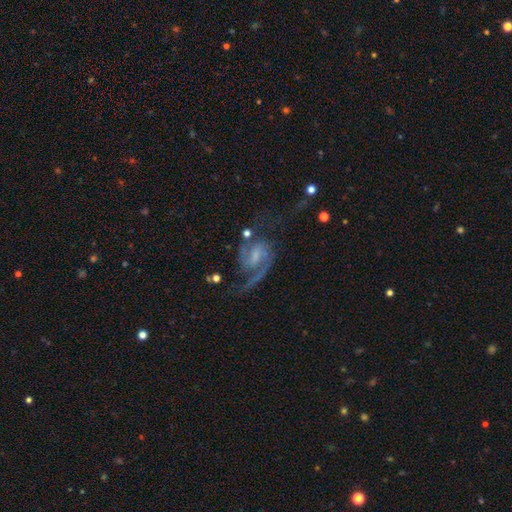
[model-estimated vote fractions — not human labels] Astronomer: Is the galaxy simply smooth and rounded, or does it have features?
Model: featured or disk — 86%.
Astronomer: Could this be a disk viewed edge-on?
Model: no — 98%.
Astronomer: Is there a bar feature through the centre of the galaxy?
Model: weak — 53% (runner-up: no, 32%).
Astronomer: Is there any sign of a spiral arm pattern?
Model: yes — 96%.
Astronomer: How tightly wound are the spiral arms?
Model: medium — 49% (runner-up: loose, 37%).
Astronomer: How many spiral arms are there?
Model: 2 — 83%.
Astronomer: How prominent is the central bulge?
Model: small — 40% (runner-up: moderate, 30%).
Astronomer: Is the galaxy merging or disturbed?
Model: none — 52%.